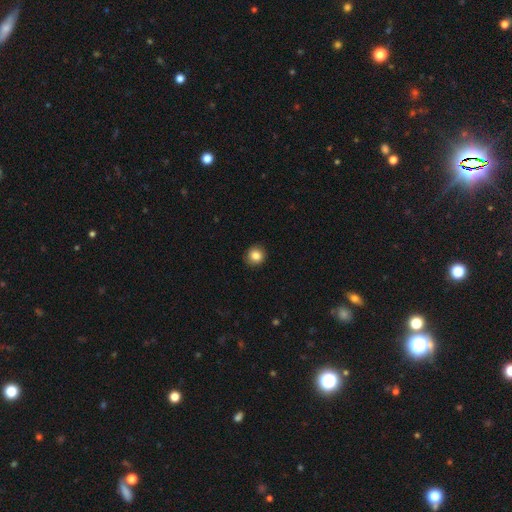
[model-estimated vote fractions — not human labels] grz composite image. It shows a smooth galaxy with no disk features (85%) that is round (88%). Merging: none (88%).